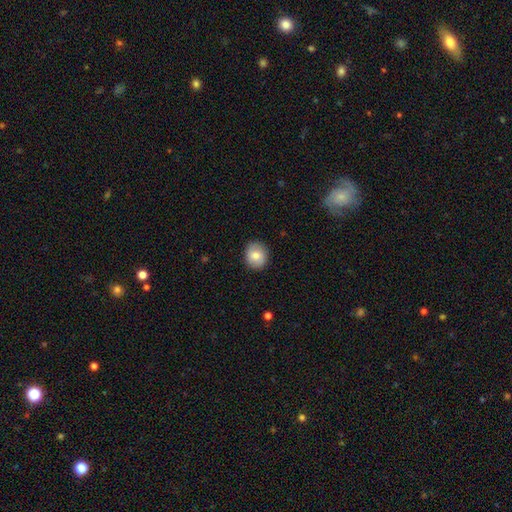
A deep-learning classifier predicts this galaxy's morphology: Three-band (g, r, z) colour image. It shows a smooth galaxy with no disk features (77%) that is round (74%). Merging: none (88%).